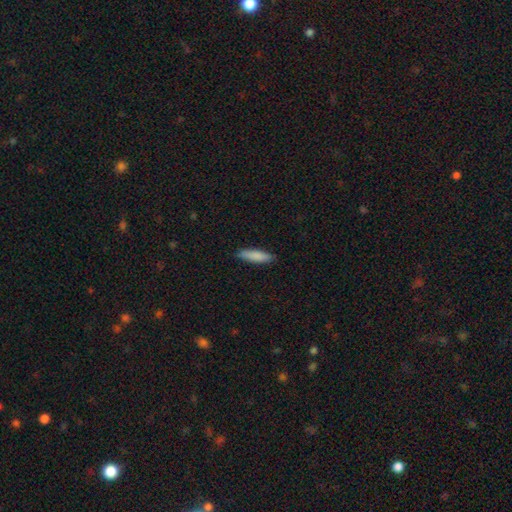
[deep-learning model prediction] This is clearly a smooth galaxy (85%). How rounded: likely cigar-shaped (68%). Merging: clearly none (86%).